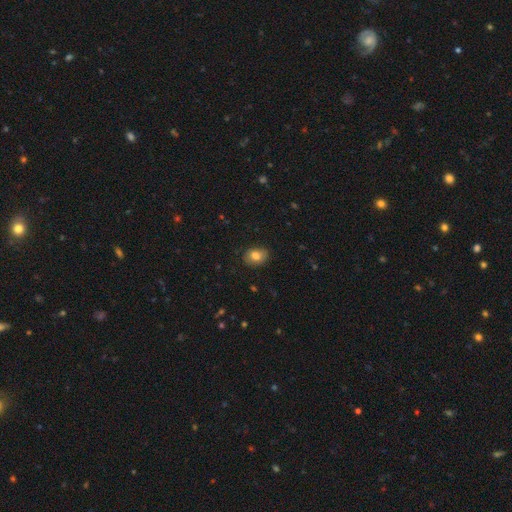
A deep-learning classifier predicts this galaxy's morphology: Smooth or featured: smooth — 82% (featured or disk — 10%)
How rounded: in between — 70% (round — 29%)
Merging: none — 84% (minor disturbance — 12%)